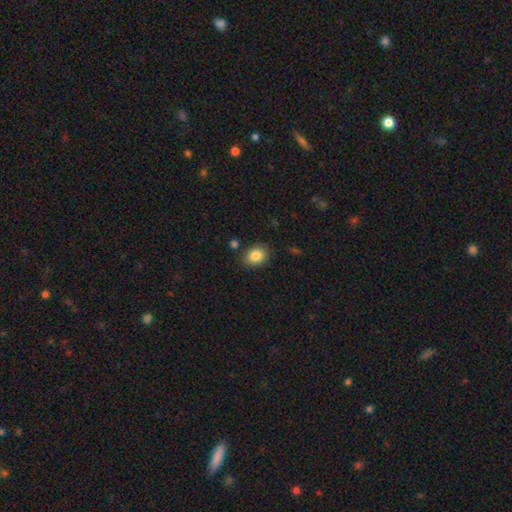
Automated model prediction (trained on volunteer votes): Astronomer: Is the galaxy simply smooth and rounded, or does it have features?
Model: smooth — 85%.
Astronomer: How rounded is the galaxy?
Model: in between — 60% (runner-up: round, 39%).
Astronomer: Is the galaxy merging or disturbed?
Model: none — 83%.